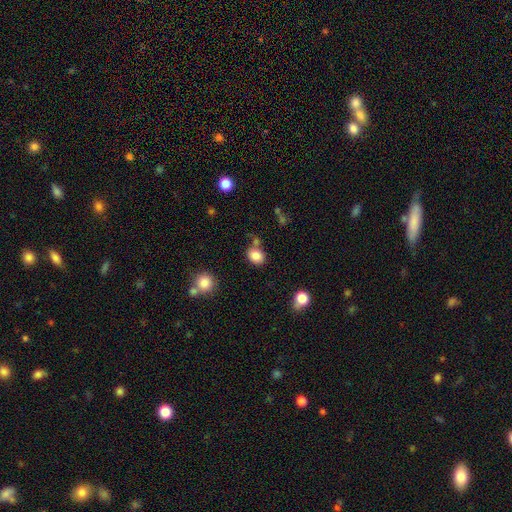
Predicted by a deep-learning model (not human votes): smooth-or-featured: smooth: 84% | star or artifact: 10% | featured or disk: 6%
  how-rounded: in between: 58% | round: 41% | cigar-shaped: 1%
  merging: none: 68% | minor disturbance: 14% | merger: 13% | major disturbance: 4%